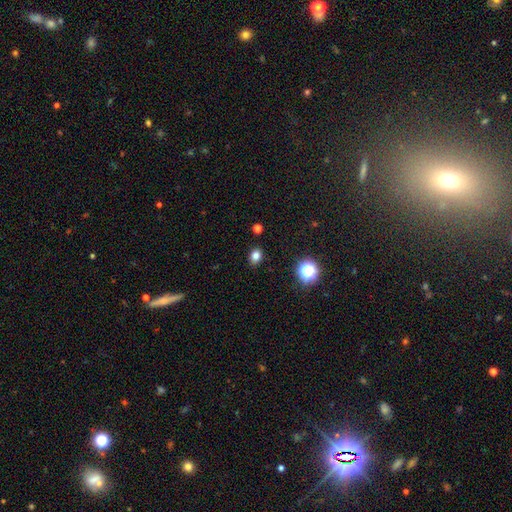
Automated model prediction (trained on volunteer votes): The model was most divided on "how rounded": in between: 62%, round: 37%, cigar-shaped: 1%. More confident: merging — none (88%); smooth or featured — smooth (80%).